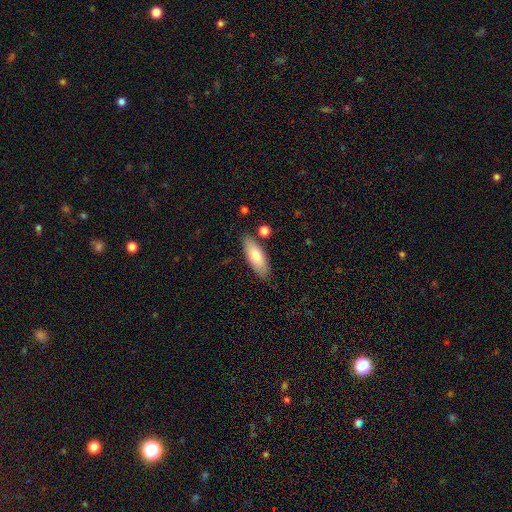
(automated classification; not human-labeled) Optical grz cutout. It shows a smooth galaxy with no disk features (76%) that is in between round and cigar-shaped (67%). Merging: none (84%).